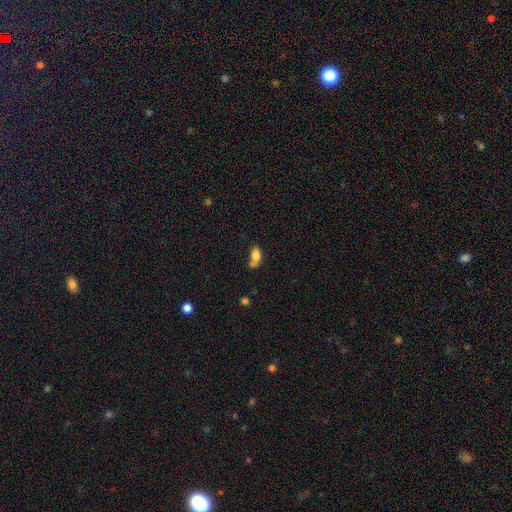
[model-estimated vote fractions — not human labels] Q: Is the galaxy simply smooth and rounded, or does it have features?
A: smooth — 77%.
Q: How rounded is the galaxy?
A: in between — 82%.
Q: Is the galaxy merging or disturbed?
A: none — 34%.